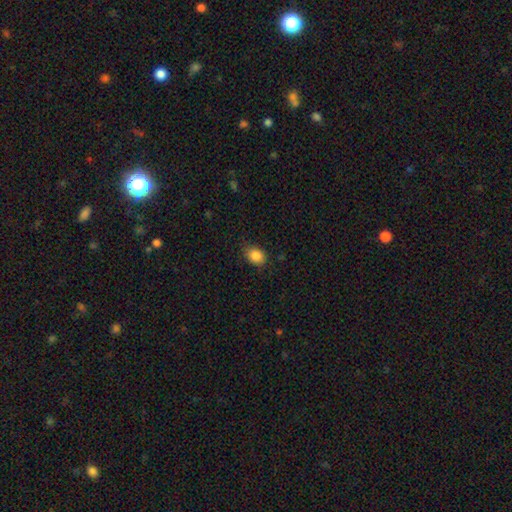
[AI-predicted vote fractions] smooth_or_featured: smooth (p=0.86) [alt: star or artifact p=0.09]
how_rounded: in between (p=0.60) [alt: round p=0.39]
merging: none (p=0.80) [alt: minor disturbance p=0.16]